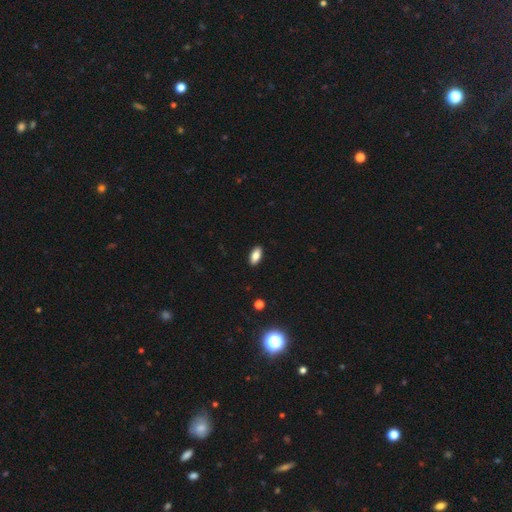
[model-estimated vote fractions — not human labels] A smooth galaxy with no disk features (82%) that is in between round and cigar-shaped (89%). Merging: none (90%).